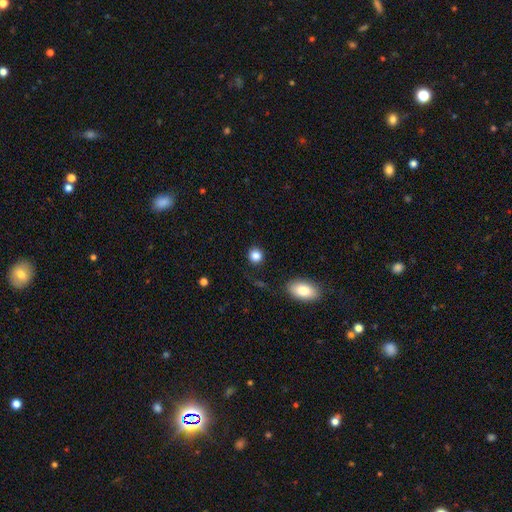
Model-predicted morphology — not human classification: This is clearly a smooth galaxy (86%). How rounded: clearly round (86%). Merging: clearly none (87%).